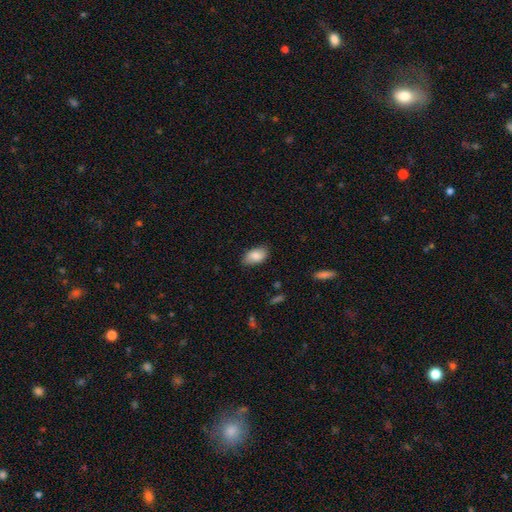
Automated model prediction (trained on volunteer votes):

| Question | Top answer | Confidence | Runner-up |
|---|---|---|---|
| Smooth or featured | smooth | 83% | featured or disk (10%) |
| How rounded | in between | 93% | round (5%) |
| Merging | none | 80% | minor disturbance (16%) |